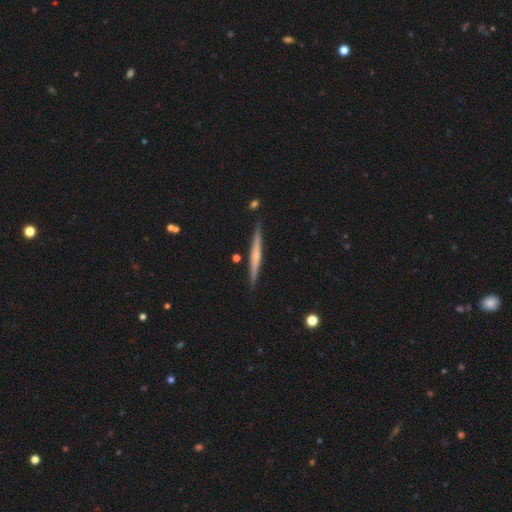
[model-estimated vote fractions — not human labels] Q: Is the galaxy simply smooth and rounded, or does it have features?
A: featured or disk — 58%.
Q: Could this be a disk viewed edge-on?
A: yes — 98%.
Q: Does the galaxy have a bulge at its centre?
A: none — 54%.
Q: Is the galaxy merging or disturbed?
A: none — 88%.